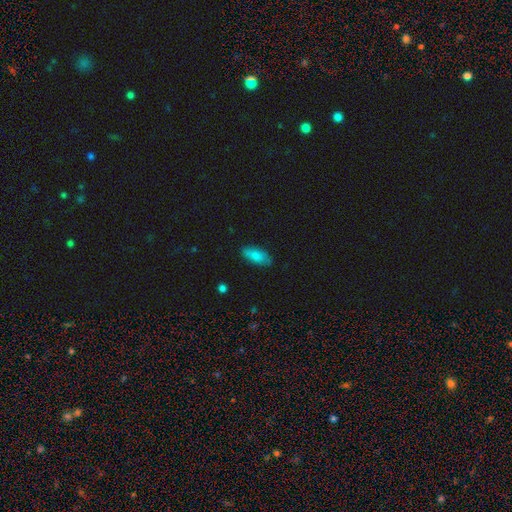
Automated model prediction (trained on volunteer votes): A smooth galaxy with no disk features (80%) that is in between round and cigar-shaped (83%). Merging: none (83%).